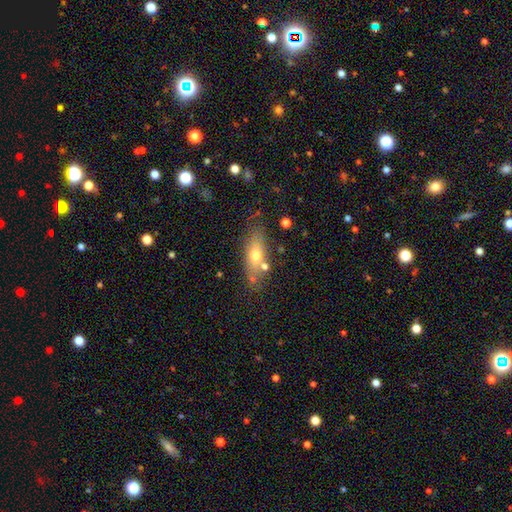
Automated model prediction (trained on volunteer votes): smooth_or_featured: smooth (p=0.62) [alt: featured or disk p=0.29]
how_rounded: in between (p=0.65) [alt: cigar-shaped p=0.29]
merging: none (p=0.68) [alt: minor disturbance p=0.16]